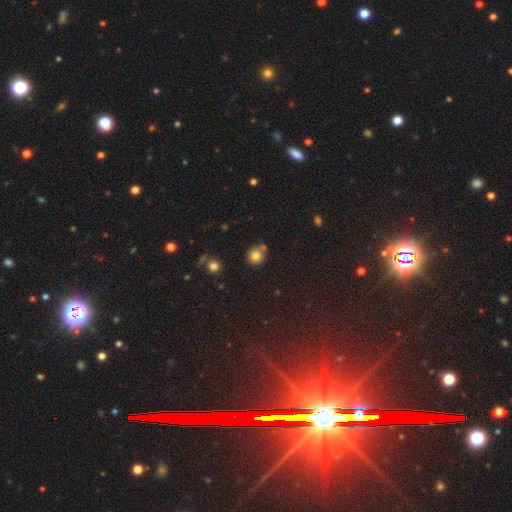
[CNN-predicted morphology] This is likely a smooth galaxy (78%). How rounded: clearly round (85%). Merging: likely none (68%).